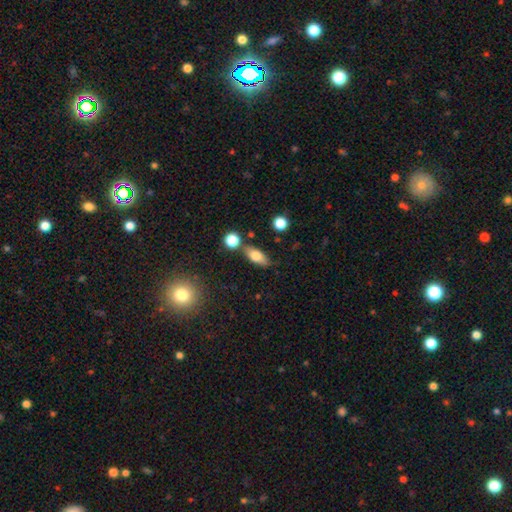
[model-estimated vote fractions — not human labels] Smooth or featured? smooth (72%)
How rounded? in between (76%)
Merging? none (67%)